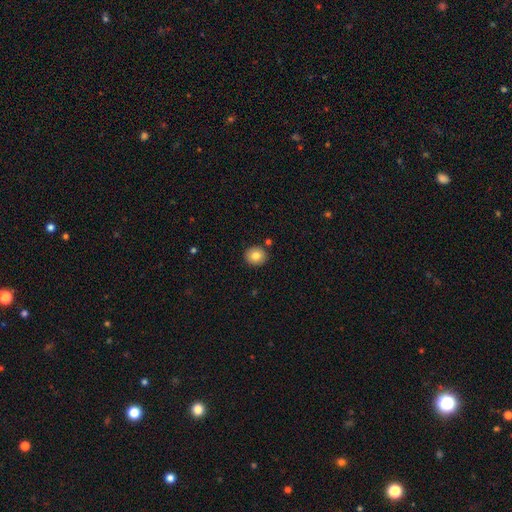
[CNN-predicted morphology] This is clearly a smooth galaxy (83%). How rounded: clearly round (85%). Merging: clearly none (88%).